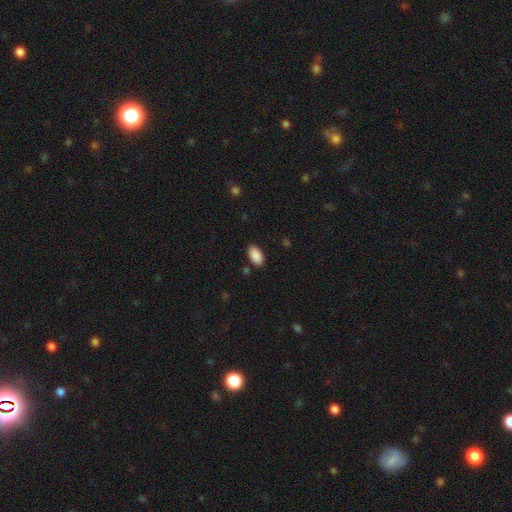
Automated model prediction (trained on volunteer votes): The model was most divided on "merging": none: 86%, minor disturbance: 10%, major disturbance: 2%, merger: 2%. More confident: how rounded — in between (95%); smooth or featured — smooth (90%).